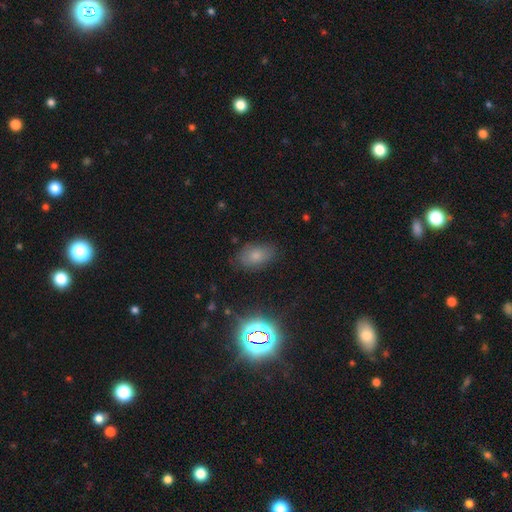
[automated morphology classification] smooth_or_featured: smooth (p=0.69) [alt: star or artifact p=0.19]
how_rounded: in between (p=0.88) [alt: round p=0.10]
merging: none (p=0.78) [alt: minor disturbance p=0.15]